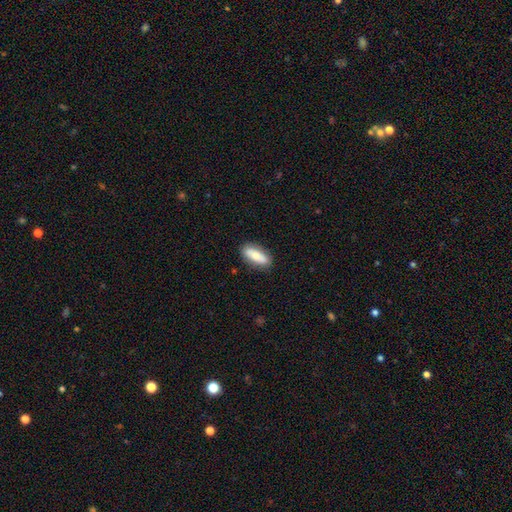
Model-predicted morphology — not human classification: A smooth galaxy with no disk features (68%) that is in between round and cigar-shaped (74%). Merging: none (84%).